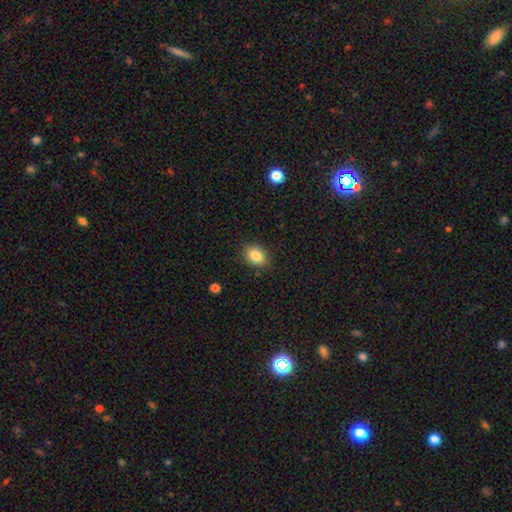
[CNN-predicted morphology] smooth-or-featured: smooth: 85% | star or artifact: 9% | featured or disk: 6%
  how-rounded: in between: 69% | round: 30% | cigar-shaped: 1%
  merging: none: 85% | minor disturbance: 11% | major disturbance: 3% | merger: 1%